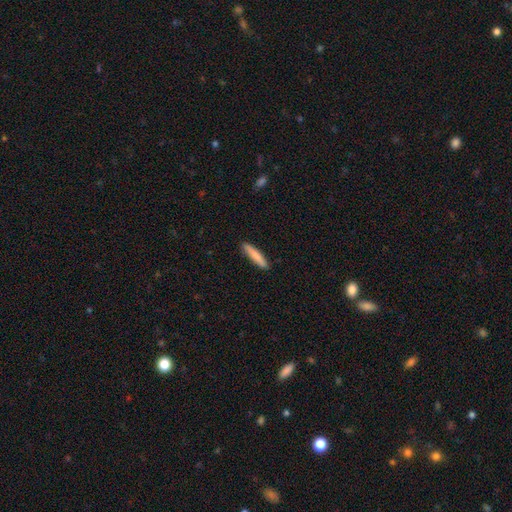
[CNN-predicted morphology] type=smooth (83%); roundness=cigar-shaped (90%); merging=none (89%).